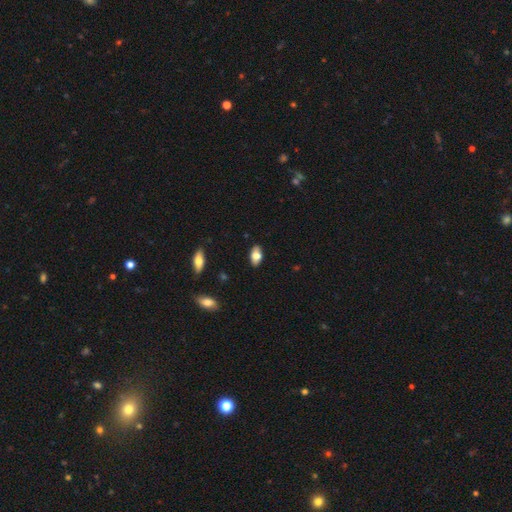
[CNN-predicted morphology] This appears to be a smooth galaxy with no disk features (74%) that is in between round and cigar-shaped (91%). Merging: none (85%).